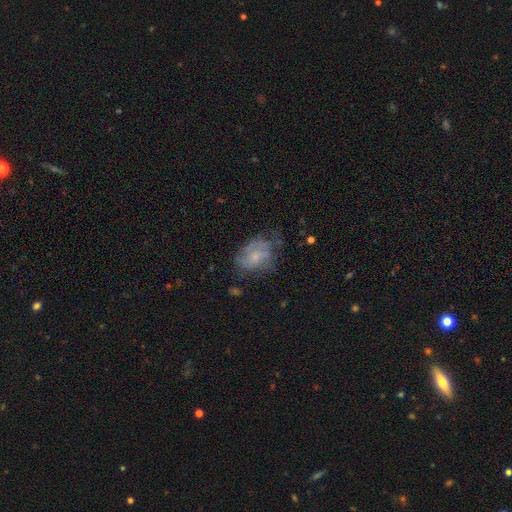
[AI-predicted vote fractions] Overall: featured or disk (61%; smooth 30%). Edge-on disk: no (97%). Bar: no (76%). Spiral arms: yes (68%; no 32%). Bulge size: small (65%; moderate 25%). Merging: none (49%; minor disturbance 28%).